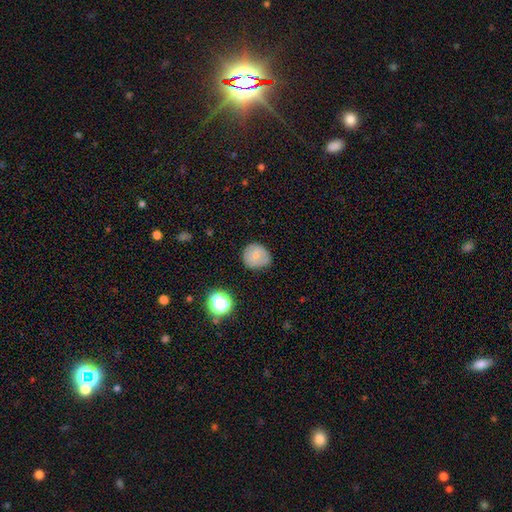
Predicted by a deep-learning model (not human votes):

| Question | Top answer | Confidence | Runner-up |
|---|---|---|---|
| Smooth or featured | smooth | 75% | featured or disk (15%) |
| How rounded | round | 81% | in between (18%) |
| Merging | none | 72% | minor disturbance (22%) |